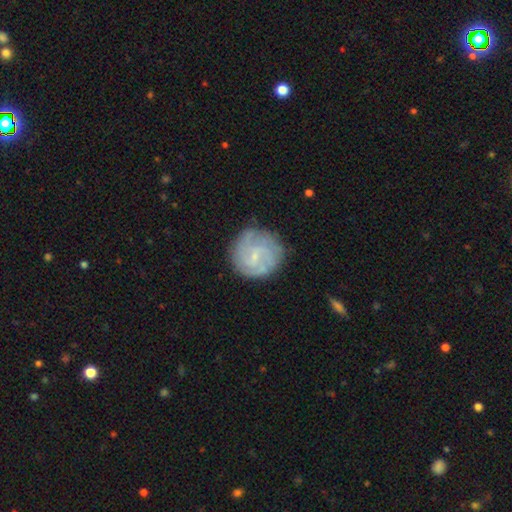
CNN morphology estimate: Overall: featured or disk (70%). Edge-on disk: no (98%). Bar: weak (49%; no 44%). Spiral arms: yes (89%). Spiral arm count: can't tell (35%; 2 28%). Spiral winding: tight (49%; medium 37%). Bulge size: small (75%). Merging: none (74%).